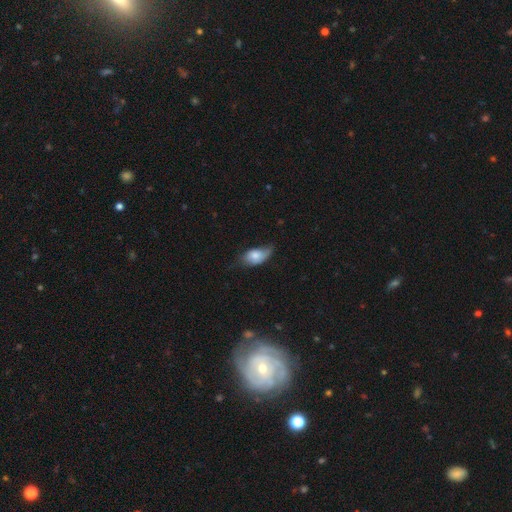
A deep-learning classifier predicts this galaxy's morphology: Overall: smooth (73%). How rounded: in between (90%). Merging: minor disturbance (43%; none 42%).